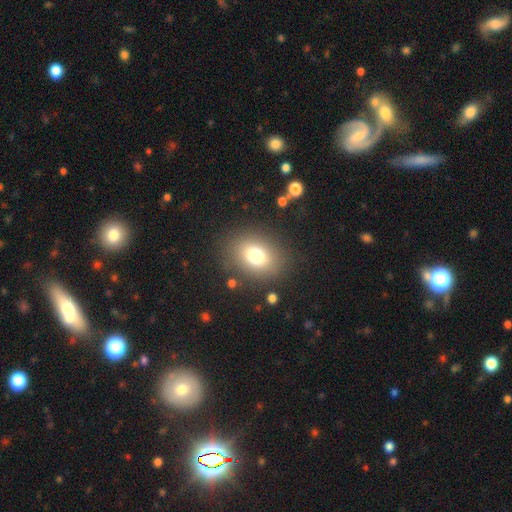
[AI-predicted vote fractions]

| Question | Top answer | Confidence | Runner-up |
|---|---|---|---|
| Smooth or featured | smooth | 76% | star or artifact (13%) |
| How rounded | in between | 58% | round (40%) |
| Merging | none | 84% | minor disturbance (9%) |